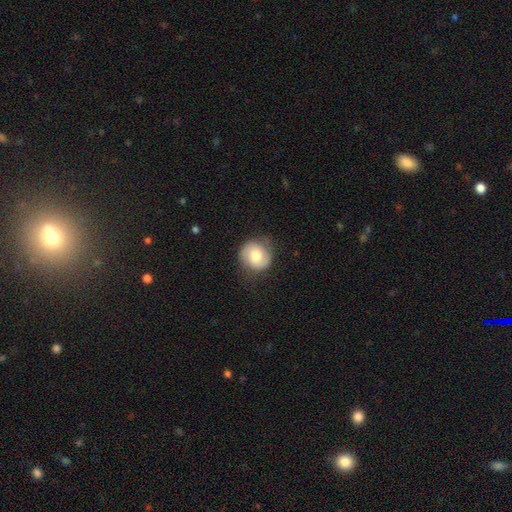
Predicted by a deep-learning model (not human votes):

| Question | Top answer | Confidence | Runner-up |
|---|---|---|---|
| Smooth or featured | smooth | 63% | featured or disk (30%) |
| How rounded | round | 83% | in between (16%) |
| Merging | none | 72% | minor disturbance (21%) |